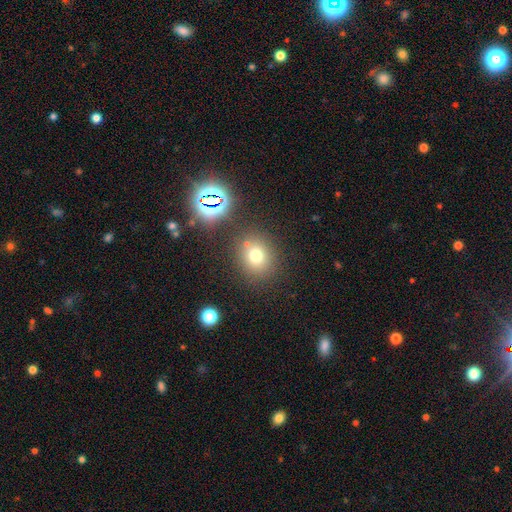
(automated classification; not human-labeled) Smooth or featured? Predicted: smooth (p=0.72). How rounded? Predicted: round (p=0.75). Merging? Predicted: none (p=0.76).